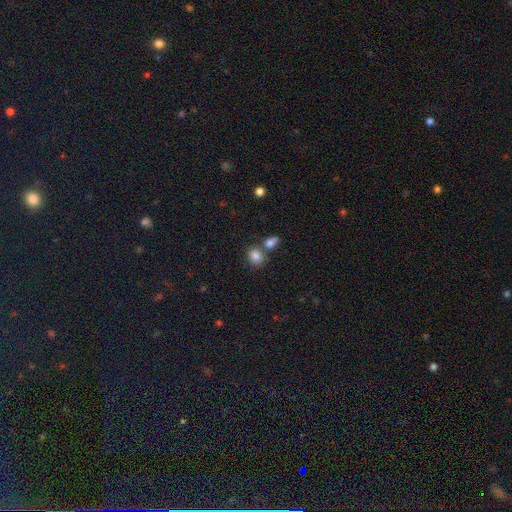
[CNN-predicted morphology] This is clearly a smooth galaxy (84%). How rounded: likely round (62%). Merging: possibly none (58%).